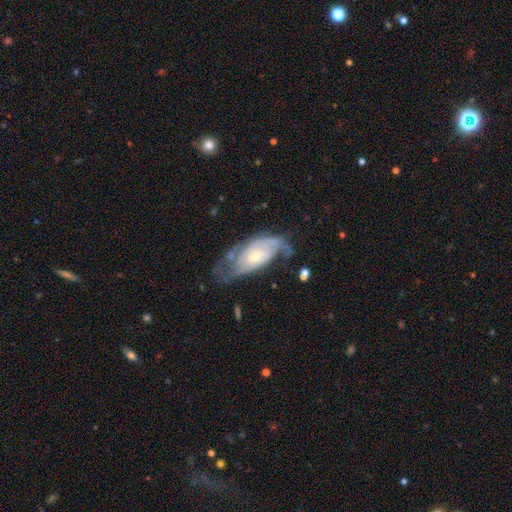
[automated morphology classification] smooth_or_featured: featured or disk (p=0.80) [alt: smooth p=0.14]
disk_edge_on: no (p=0.93) [alt: yes p=0.07]
bar: no (p=0.64) [alt: weak p=0.30]
has_spiral_arms: yes (p=0.90) [alt: no p=0.10]
spiral_winding: tight (p=0.48) [alt: medium p=0.37]
spiral_arm_count: 2 (p=0.49) [alt: can't tell p=0.31]
bulge_size: moderate (p=0.48) [alt: small p=0.46]
merging: none (p=0.52) [alt: minor disturbance p=0.26]